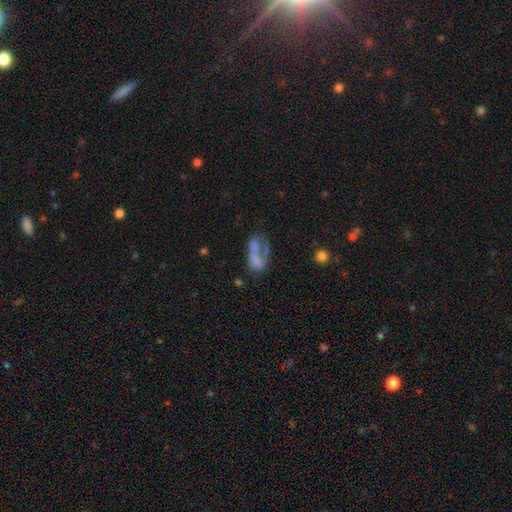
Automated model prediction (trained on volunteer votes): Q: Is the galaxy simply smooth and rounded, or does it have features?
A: featured or disk — 43%.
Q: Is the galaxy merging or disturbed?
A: major disturbance — 34%.